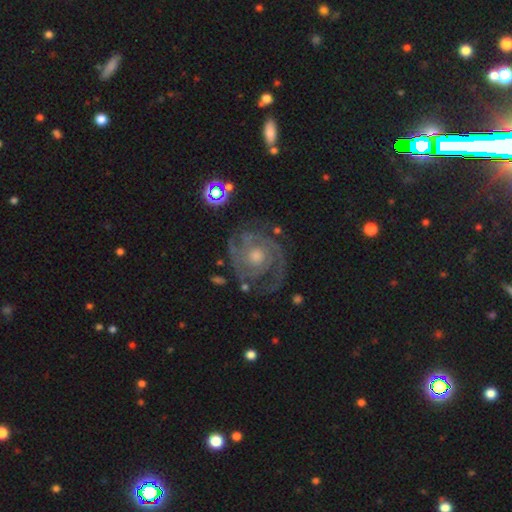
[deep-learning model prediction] The model was most divided on "spiral arm count": 2: 43%, can't tell: 23%, 3: 17%, 1: 6%, 4: 6%, more than 4: 5%. More confident: edge-on disk — no (98%); spiral arms — yes (95%); smooth or featured — featured or disk (87%); bar — no (78%); merging — none (71%); spiral winding — tight (66%); bulge size — moderate (58%).